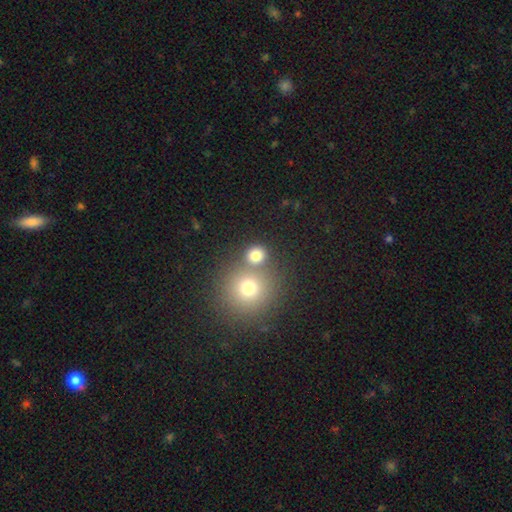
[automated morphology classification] This appears to be a smooth galaxy with no disk features (78%) that is round (87%). Merging: none (61%).